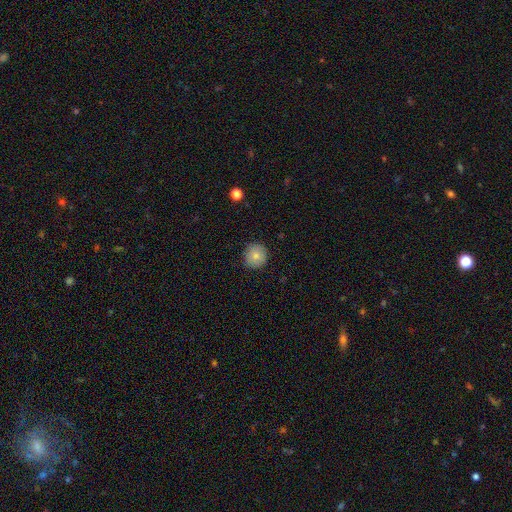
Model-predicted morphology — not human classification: A smooth galaxy with no disk features (81%) that is round (92%).

Vote fractions:
- Smooth or featured? smooth: 81% / featured or disk: 10% / star or artifact: 9%
- How rounded? round: 92% / in between: 7% / cigar-shaped: 1%
- Merging? none: 88% / minor disturbance: 9% / major disturbance: 2% / merger: 1%